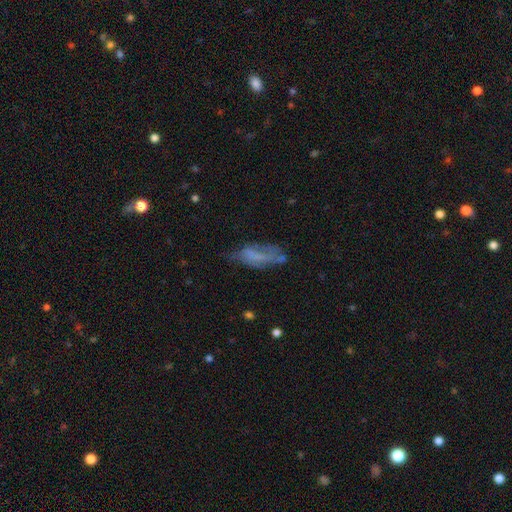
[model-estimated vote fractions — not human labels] Smooth or featured? smooth (50%)
Merging? none (38%)